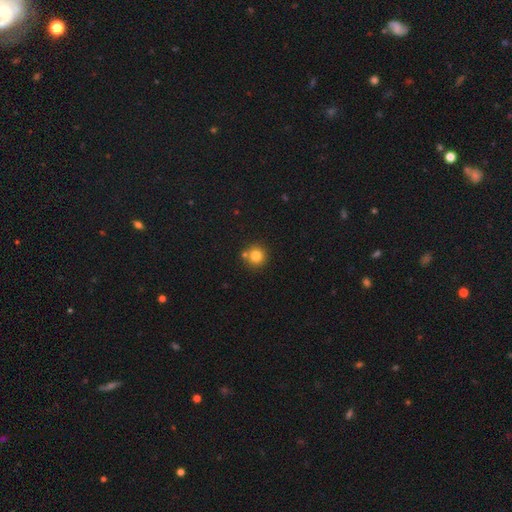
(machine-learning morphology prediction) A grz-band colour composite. It shows a smooth galaxy with no disk features (81%) that is round (93%). Merging: none (76%).